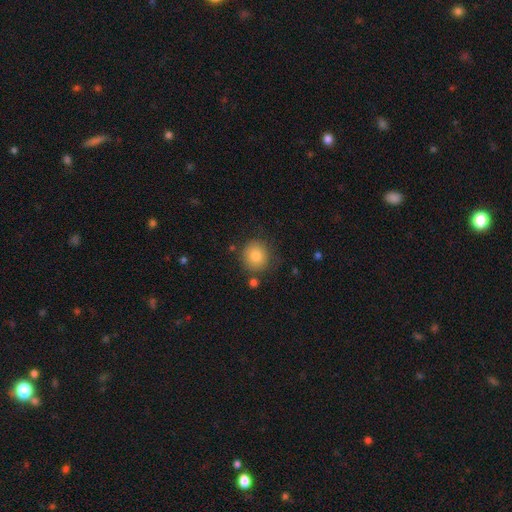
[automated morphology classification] The model was most divided on "merging": none: 81%, minor disturbance: 12%, merger: 4%, major disturbance: 3%. More confident: how rounded — round (89%); smooth or featured — smooth (82%).